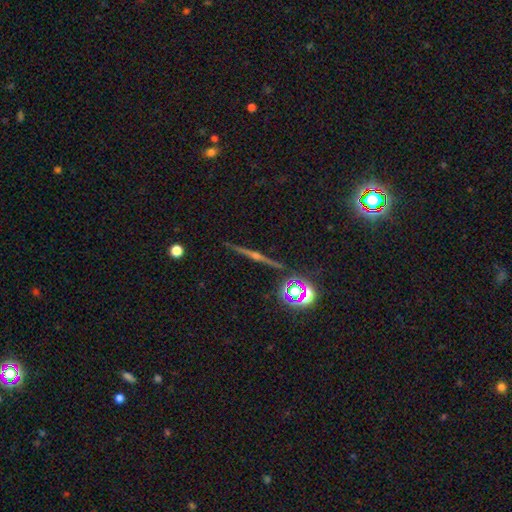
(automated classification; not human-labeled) A featured or disk galaxy (44%). Merging: none (84%).